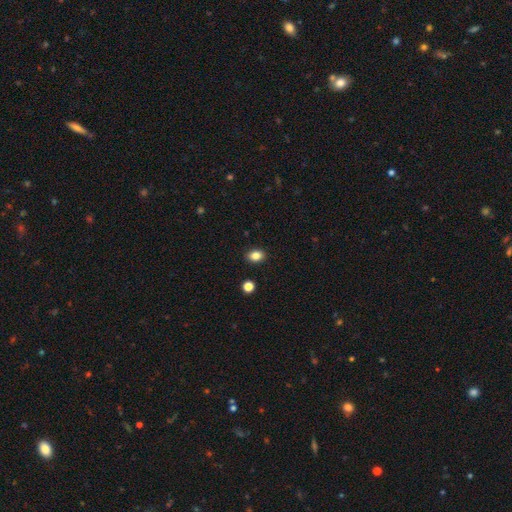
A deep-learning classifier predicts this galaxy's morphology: smooth_or_featured: smooth (p=0.84) [alt: star or artifact p=0.10]
how_rounded: in between (p=0.67) [alt: round p=0.32]
merging: none (p=0.89) [alt: minor disturbance p=0.07]